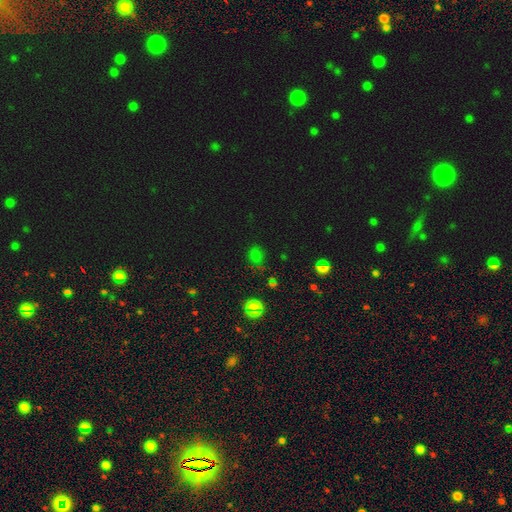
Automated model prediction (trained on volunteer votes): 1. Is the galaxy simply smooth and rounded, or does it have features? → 53% smooth, 41% star or artifact, 6% featured or disk.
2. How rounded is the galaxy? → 55% round, 43% in between, 2% cigar-shaped.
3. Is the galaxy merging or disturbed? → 70% none, 18% minor disturbance, 7% major disturbance, 4% merger.